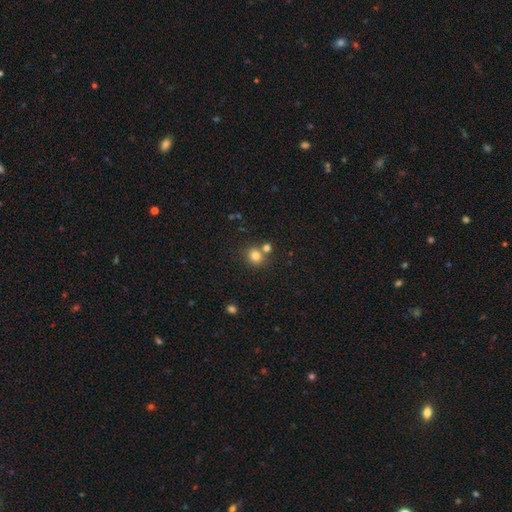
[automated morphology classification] Smooth or featured?
  - smooth: 79% *
  - star or artifact: 13%
  - featured or disk: 8%
How rounded?
  - round: 78% *
  - in between: 21%
  - cigar-shaped: 1%
Merging?
  - none: 63% *
  - merger: 25%
  - minor disturbance: 9%
  - major disturbance: 3%